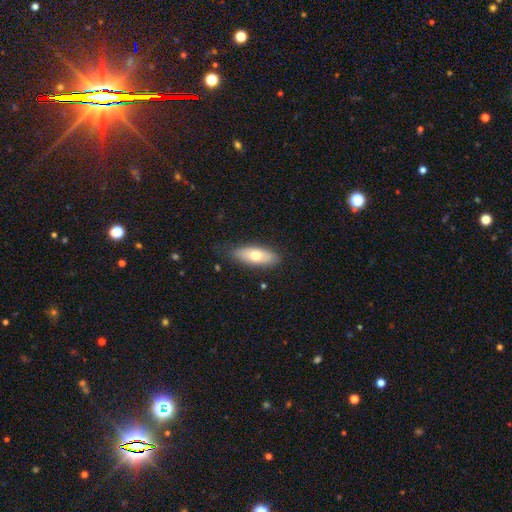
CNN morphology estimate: A smooth galaxy with no disk features (66%) that is in between round and cigar-shaped (74%).

Vote fractions:
- Smooth or featured? smooth: 66% / featured or disk: 27% / star or artifact: 6%
- How rounded? in between: 74% / cigar-shaped: 23% / round: 3%
- Merging? none: 82% / minor disturbance: 14% / major disturbance: 3% / merger: 1%